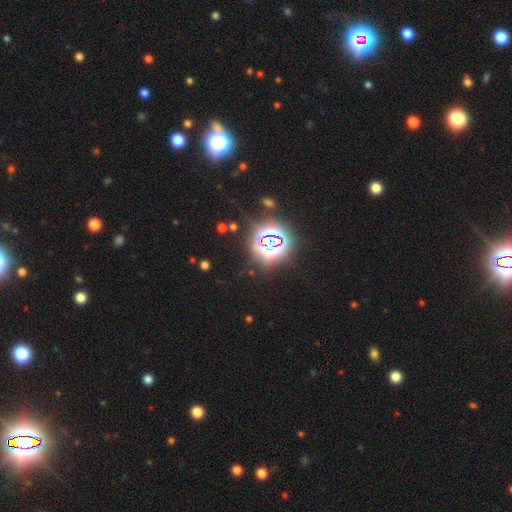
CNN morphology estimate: The model was most divided on "smooth or featured": star or artifact: 74%, smooth: 20%, featured or disk: 6%.